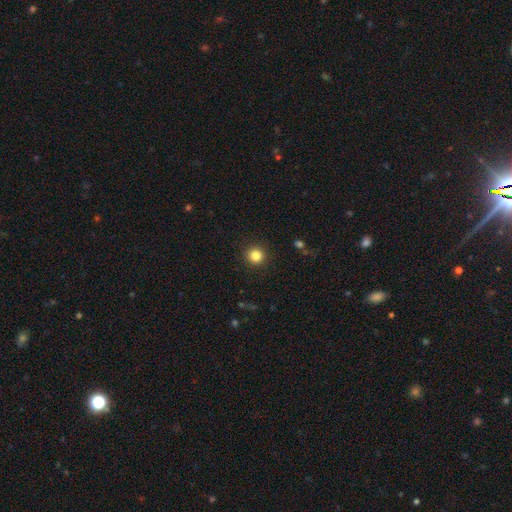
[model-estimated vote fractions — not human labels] The model was most divided on "smooth or featured": smooth: 84%, star or artifact: 11%, featured or disk: 5%. More confident: how rounded — round (94%); merging — none (92%).